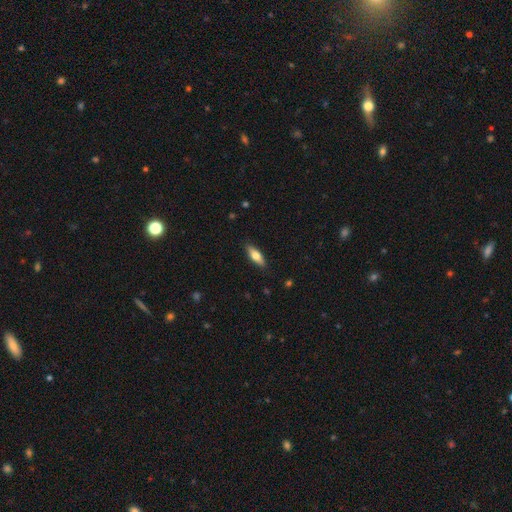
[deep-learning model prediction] Smooth or featured? smooth (64%)
How rounded? in between (56%)
Merging? none (87%)